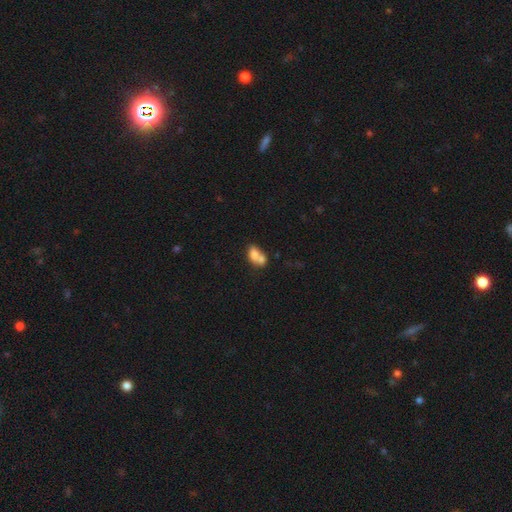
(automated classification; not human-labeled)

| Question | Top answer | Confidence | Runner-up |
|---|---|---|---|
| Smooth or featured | smooth | 71% | featured or disk (20%) |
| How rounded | in between | 76% | round (22%) |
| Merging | merger | 67% | none (21%) |